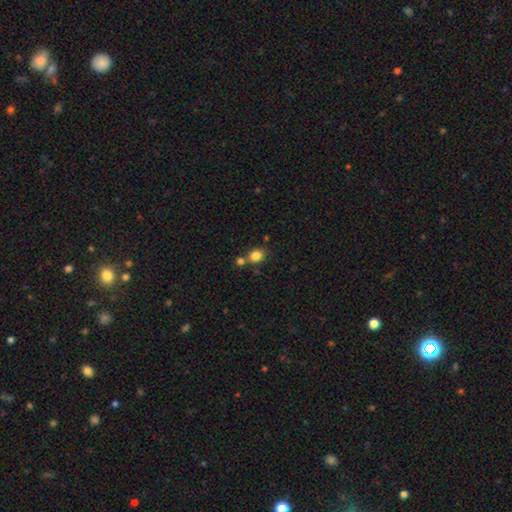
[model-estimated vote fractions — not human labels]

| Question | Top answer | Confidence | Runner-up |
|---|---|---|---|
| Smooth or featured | smooth | 83% | star or artifact (11%) |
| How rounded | round | 61% | in between (38%) |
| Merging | none | 57% | merger (29%) |